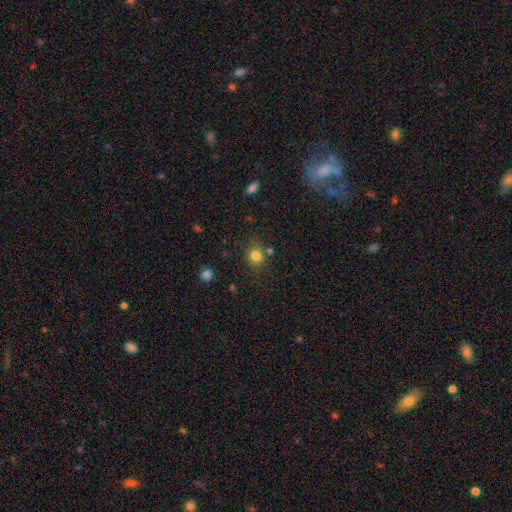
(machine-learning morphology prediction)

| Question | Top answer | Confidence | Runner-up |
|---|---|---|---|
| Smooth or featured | smooth | 81% | star or artifact (13%) |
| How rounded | round | 76% | in between (23%) |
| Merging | none | 77% | minor disturbance (12%) |